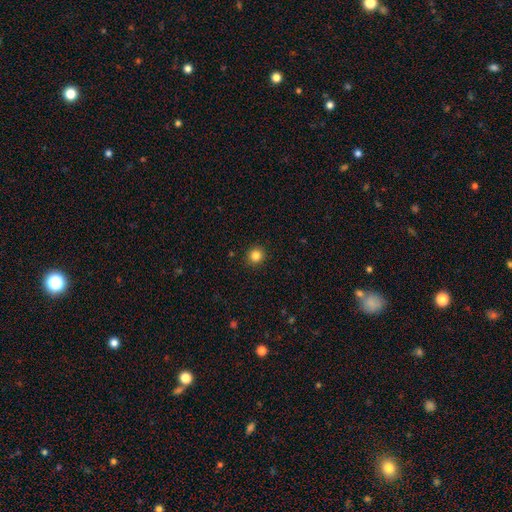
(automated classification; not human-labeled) Smooth or featured?
  - smooth: 84% *
  - star or artifact: 12%
  - featured or disk: 5%
How rounded?
  - round: 92% *
  - in between: 7%
  - cigar-shaped: 1%
Merging?
  - none: 92% *
  - minor disturbance: 5%
  - major disturbance: 2%
  - merger: 1%